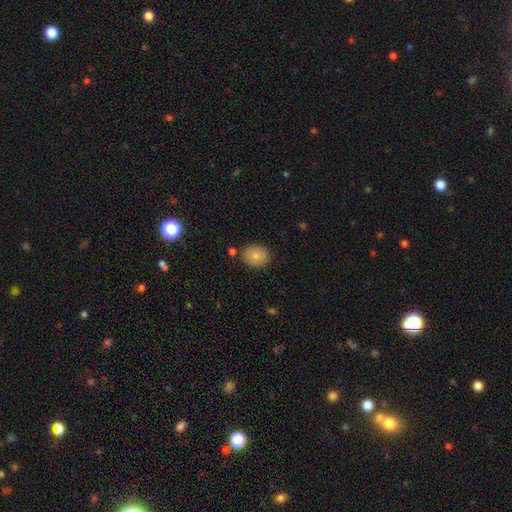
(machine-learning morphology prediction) smooth-or-featured: smooth: 83% | star or artifact: 9% | featured or disk: 9%
  how-rounded: round: 75% | in between: 24% | cigar-shaped: 1%
  merging: none: 85% | minor disturbance: 9% | merger: 3% | major disturbance: 2%